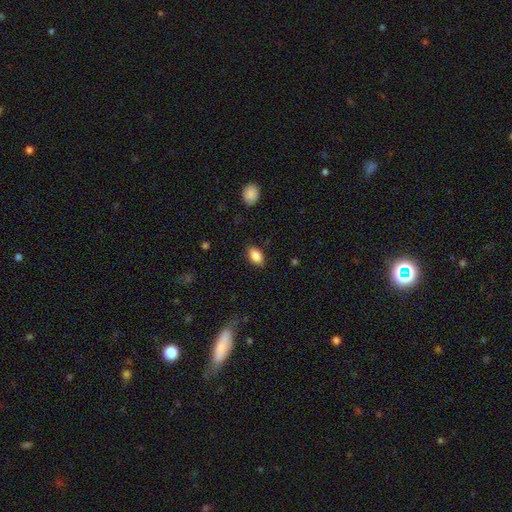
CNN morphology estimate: This is clearly a smooth galaxy (86%). How rounded: clearly in between (90%). Merging: clearly none (85%).